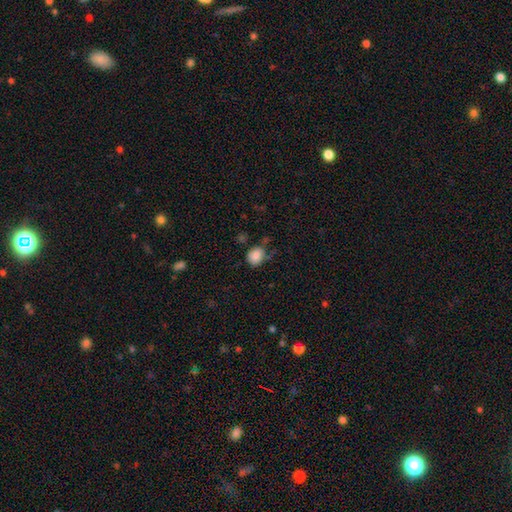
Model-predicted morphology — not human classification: This is clearly a smooth galaxy (85%). How rounded: possibly round (56%). Merging: likely none (66%).